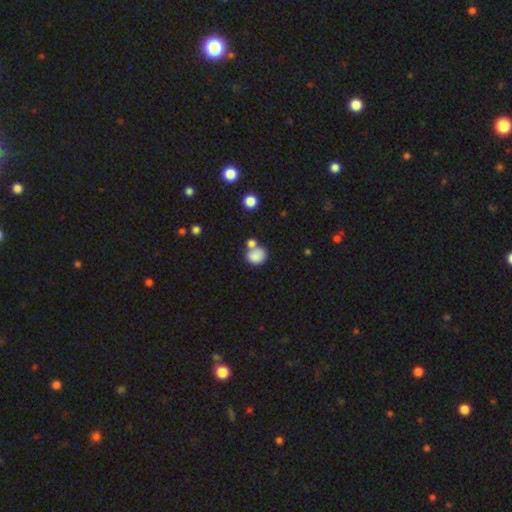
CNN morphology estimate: smooth-or-featured: smooth: 83% | star or artifact: 9% | featured or disk: 8%
  how-rounded: round: 72% | in between: 27% | cigar-shaped: 1%
  merging: none: 45% | merger: 37% | minor disturbance: 13% | major disturbance: 5%